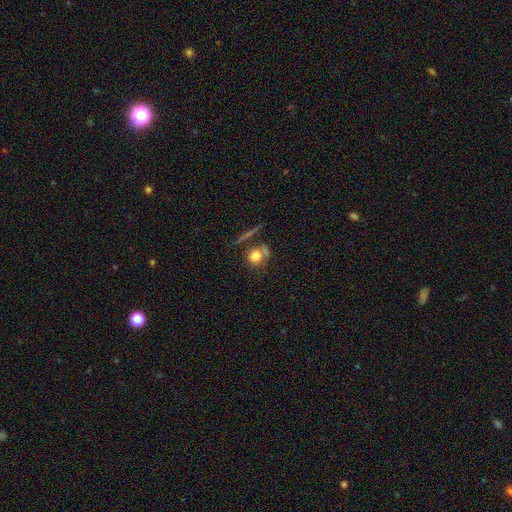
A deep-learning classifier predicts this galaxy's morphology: This appears to be a smooth galaxy with no disk features (75%) that is round (83%). Merging: none (61%).